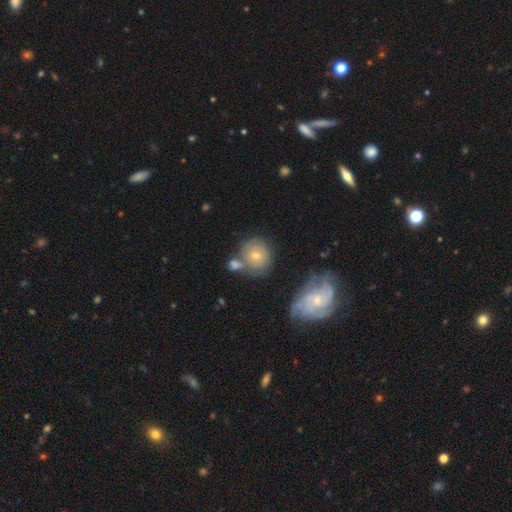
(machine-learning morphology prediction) smooth-or-featured: featured or disk: 50% | smooth: 38% | star or artifact: 12%
  merging: none: 62% | merger: 19% | minor disturbance: 14% | major disturbance: 6%